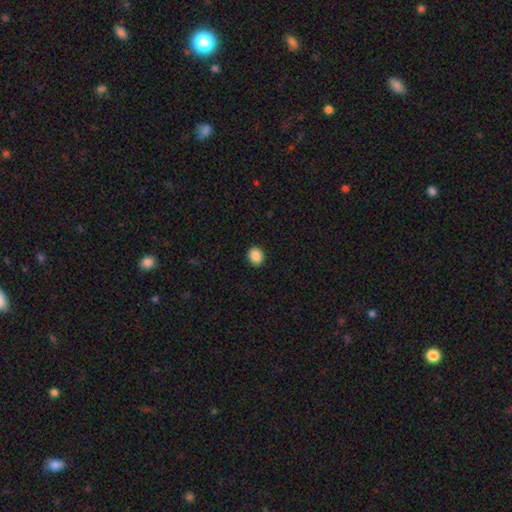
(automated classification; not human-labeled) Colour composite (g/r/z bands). It shows a smooth galaxy with no disk features (88%) that is round (63%). Merging: none (91%).